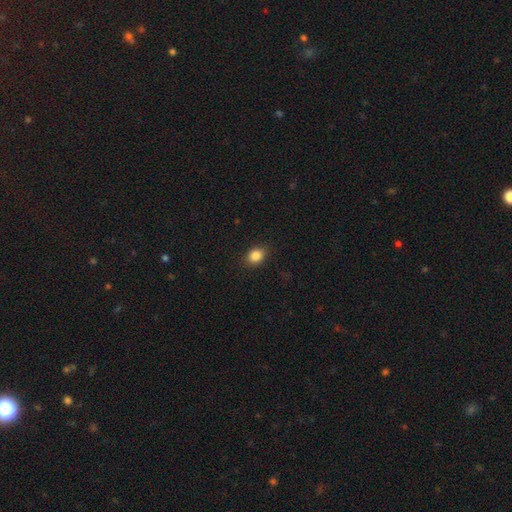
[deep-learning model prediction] Smooth or featured: smooth — 86% (star or artifact — 10%)
How rounded: in between — 52% (round — 47%)
Merging: none — 89% (minor disturbance — 8%)